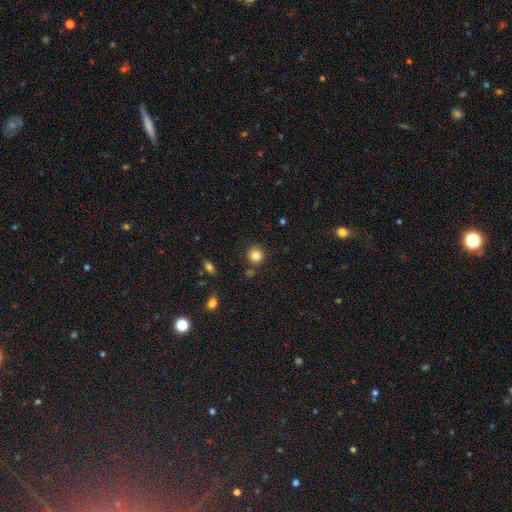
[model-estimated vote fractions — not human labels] Smooth or featured?
  - smooth: 84% *
  - star or artifact: 11%
  - featured or disk: 5%
How rounded?
  - round: 91% *
  - in between: 8%
  - cigar-shaped: 1%
Merging?
  - none: 84% *
  - minor disturbance: 8%
  - merger: 5%
  - major disturbance: 3%